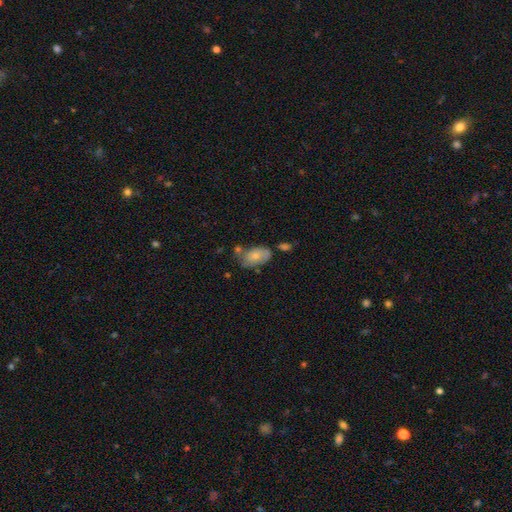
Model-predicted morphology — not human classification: A smooth galaxy with no disk features (71%) that is in between round and cigar-shaped (90%). Merging: none (47%).